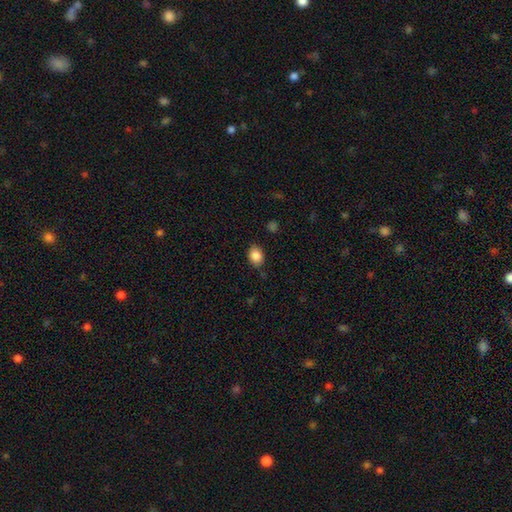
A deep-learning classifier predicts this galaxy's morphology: smooth-or-featured: smooth: 86% | star or artifact: 9% | featured or disk: 5%
  how-rounded: in between: 59% | round: 40% | cigar-shaped: 1%
  merging: none: 79% | minor disturbance: 16% | major disturbance: 3% | merger: 2%